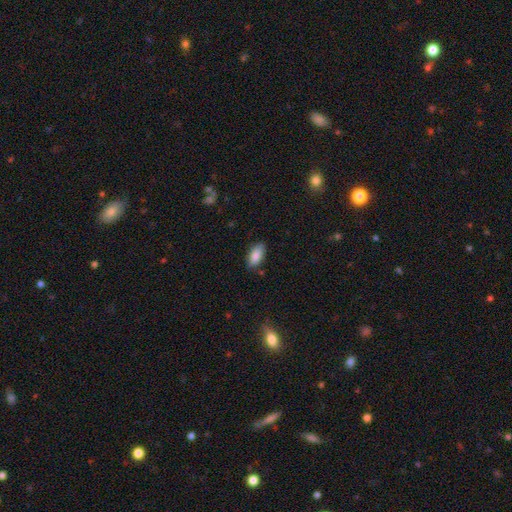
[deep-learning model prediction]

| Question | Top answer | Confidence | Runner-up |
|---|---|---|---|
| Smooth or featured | smooth | 86% | star or artifact (7%) |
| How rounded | in between | 88% | cigar-shaped (9%) |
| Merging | none | 82% | minor disturbance (14%) |